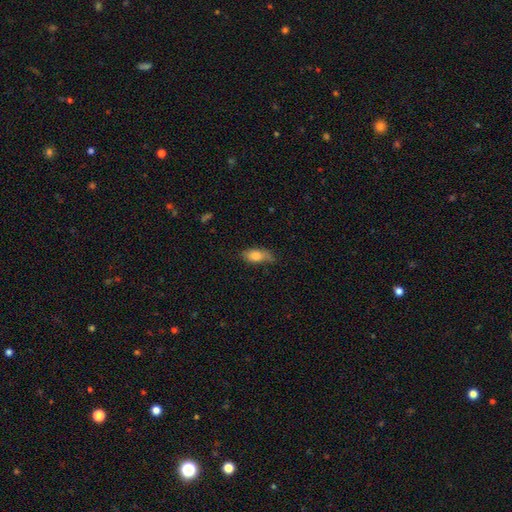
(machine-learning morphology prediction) This is likely a smooth galaxy (78%). How rounded: clearly in between (85%). Merging: possibly none (54%).